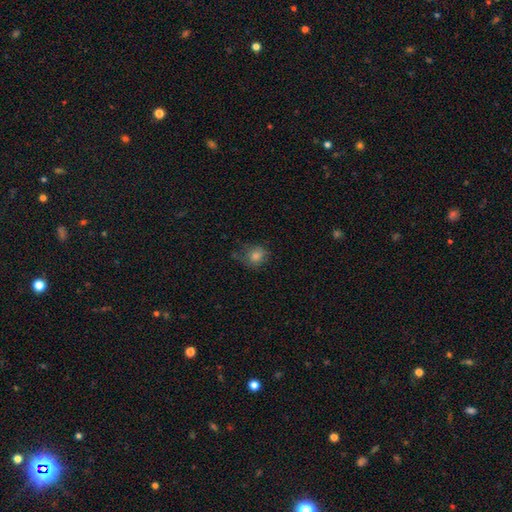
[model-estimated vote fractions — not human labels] Smooth or featured? Predicted: smooth (p=0.73). How rounded? Predicted: round (p=0.73). Merging? Predicted: none (p=0.63).